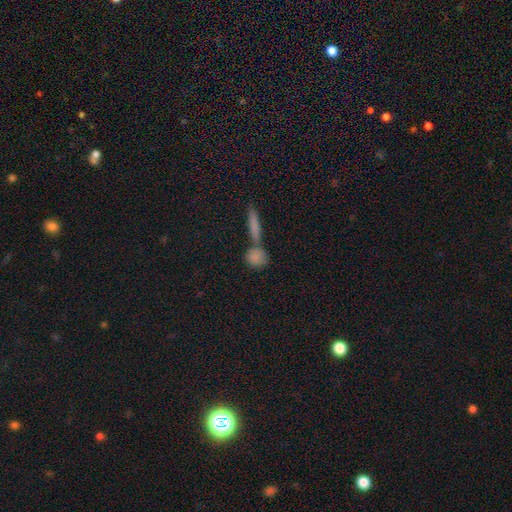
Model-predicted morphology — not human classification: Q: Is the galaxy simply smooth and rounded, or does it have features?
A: smooth — 81%.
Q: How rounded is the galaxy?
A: round — 67%.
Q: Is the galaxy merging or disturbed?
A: none — 61%.